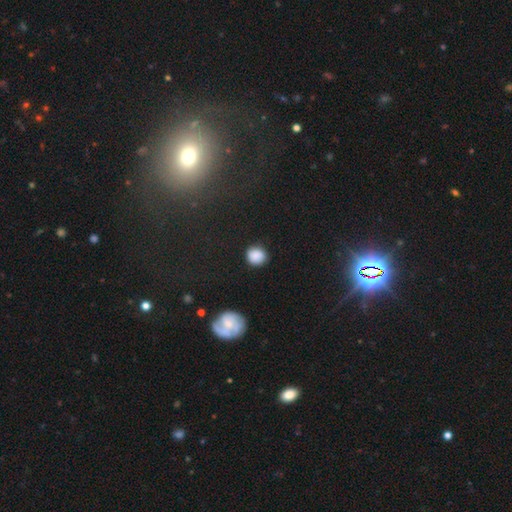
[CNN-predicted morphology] A smooth galaxy with no disk features (84%) that is round (87%).

Vote fractions:
- Smooth or featured? smooth: 84% / star or artifact: 9% / featured or disk: 6%
- How rounded? round: 87% / in between: 12% / cigar-shaped: 1%
- Merging? none: 82% / minor disturbance: 13% / major disturbance: 3% / merger: 2%